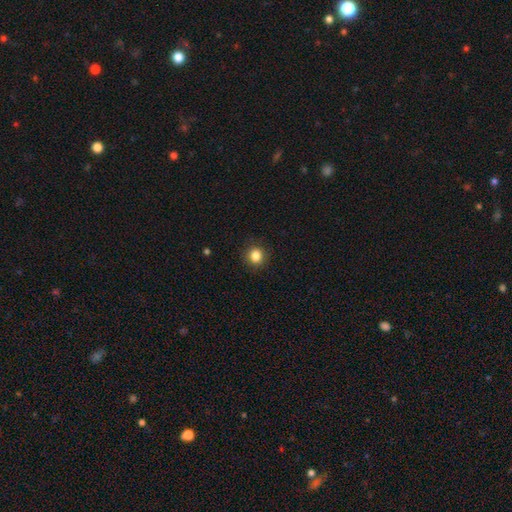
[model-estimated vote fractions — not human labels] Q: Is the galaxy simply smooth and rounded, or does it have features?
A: smooth — 85%.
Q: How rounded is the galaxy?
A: round — 88%.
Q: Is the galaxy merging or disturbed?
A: none — 91%.